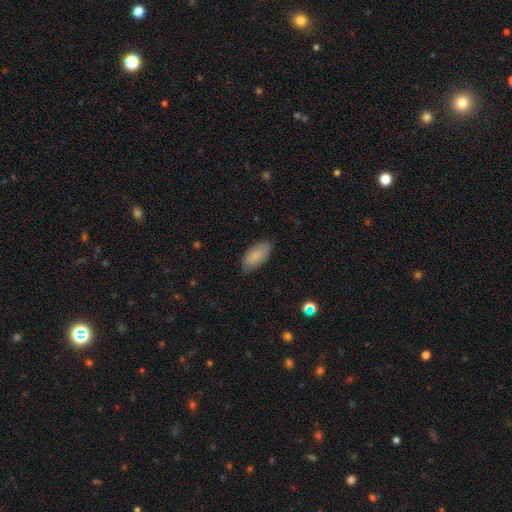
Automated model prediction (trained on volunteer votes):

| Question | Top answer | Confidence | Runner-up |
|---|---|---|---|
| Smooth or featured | smooth | 84% | featured or disk (10%) |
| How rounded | in between | 92% | cigar-shaped (6%) |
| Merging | none | 81% | minor disturbance (15%) |